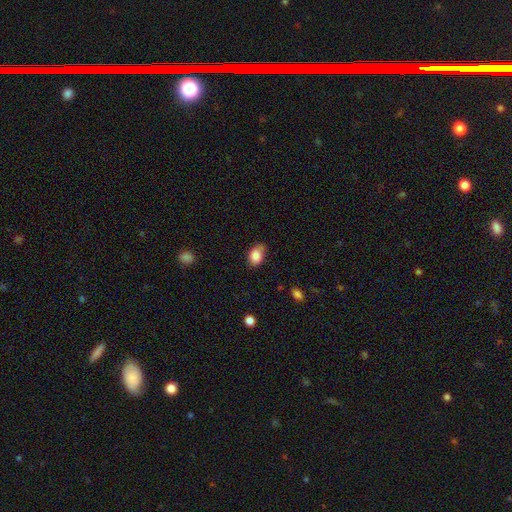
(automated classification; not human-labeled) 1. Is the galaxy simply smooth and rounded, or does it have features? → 86% smooth, 8% star or artifact, 5% featured or disk.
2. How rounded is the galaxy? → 78% in between, 21% round, 1% cigar-shaped.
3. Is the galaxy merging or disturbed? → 59% none, 33% minor disturbance, 6% major disturbance, 2% merger.